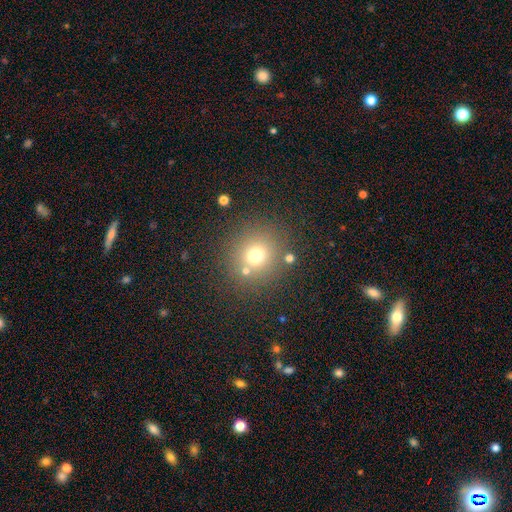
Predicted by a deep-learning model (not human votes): Smooth or featured: smooth — 69% (star or artifact — 20%)
How rounded: round — 87% (in between — 12%)
Merging: none — 80% (minor disturbance — 9%)